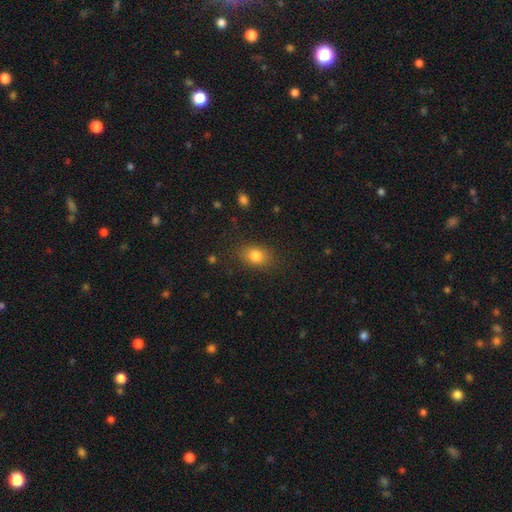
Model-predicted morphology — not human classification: smooth_or_featured: smooth (p=0.82) [alt: star or artifact p=0.11]
how_rounded: in between (p=0.70) [alt: round p=0.29]
merging: none (p=0.83) [alt: minor disturbance p=0.12]